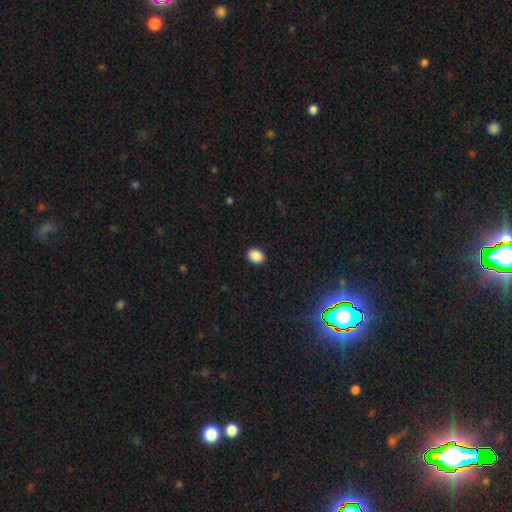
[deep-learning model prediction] smooth 88%, star or artifact 9%, featured or disk 3%. Down the decision tree: how rounded — in between (60%); merging — none (91%).